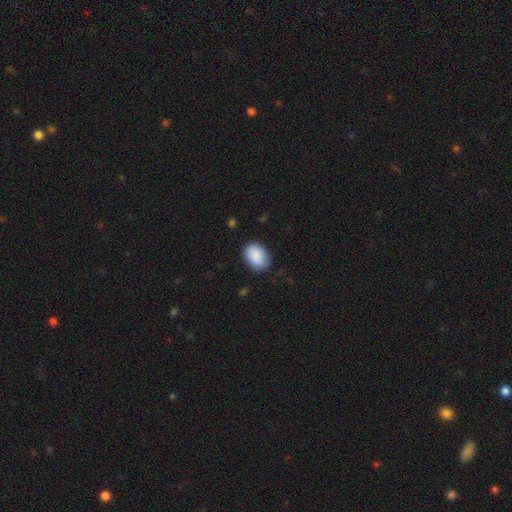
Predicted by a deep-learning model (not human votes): Q: Smooth or featured?
A: smooth (89%); runner-up: star or artifact (6%)
Q: How rounded?
A: in between (81%); runner-up: round (18%)
Q: Merging?
A: none (84%); runner-up: minor disturbance (12%)